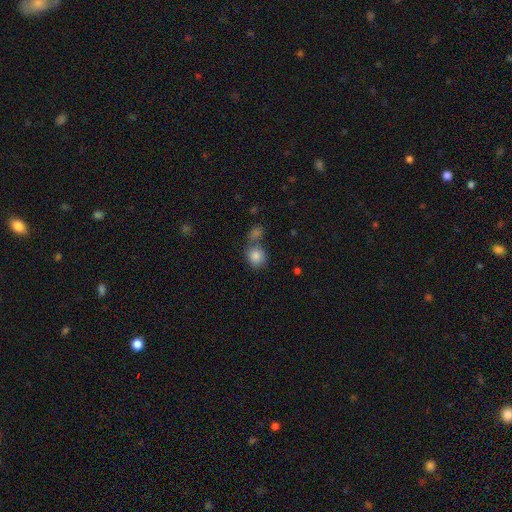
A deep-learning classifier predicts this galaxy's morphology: Smooth or featured: smooth — 85% (star or artifact — 8%)
How rounded: round — 76% (in between — 23%)
Merging: none — 46% (merger — 38%)